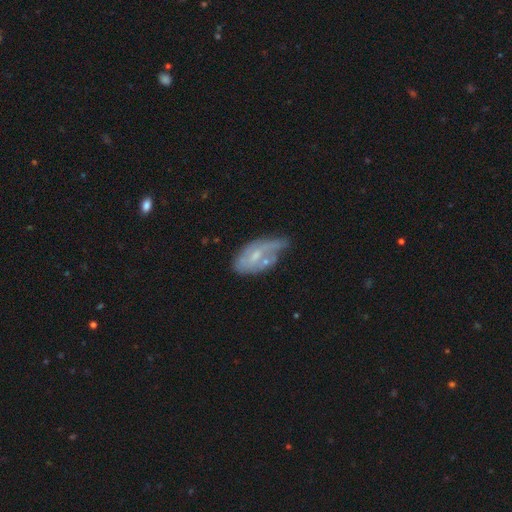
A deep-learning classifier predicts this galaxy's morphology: smooth-or-featured: featured or disk: 63% | smooth: 30% | star or artifact: 7%
  disk-edge-on: no: 92% | yes: 8%
    bar: no: 48% | weak: 42% | strong: 9%
    has-spiral-arms: yes: 66% | no: 34%
    bulge-size: small: 54% | moderate: 33% | none: 11% | large: 2% | dominant: 1%
  merging: minor disturbance: 34% | none: 33% | major disturbance: 21% | merger: 12%